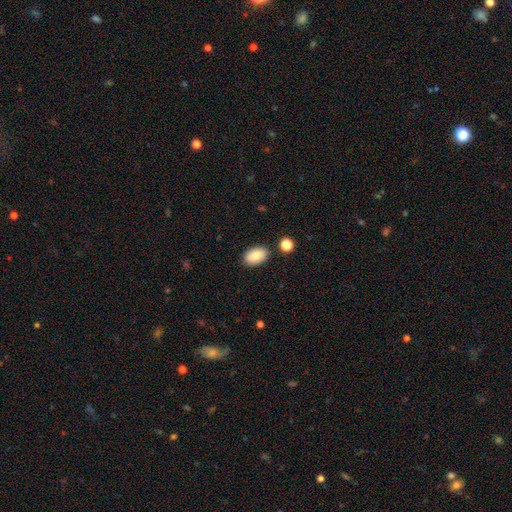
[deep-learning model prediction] Overall: smooth (84%). How rounded: in between (92%). Merging: none (85%).